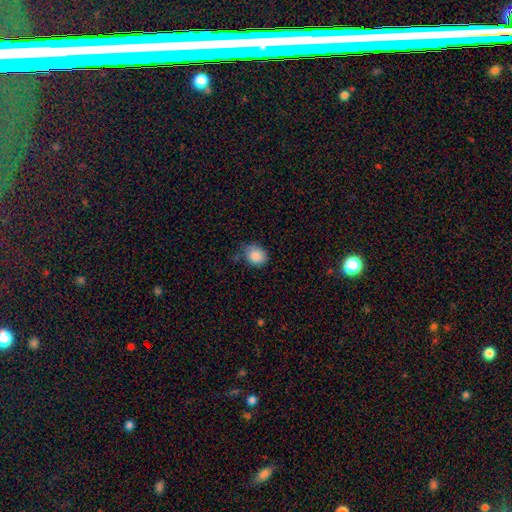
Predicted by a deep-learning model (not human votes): Morphology: type=smooth (87%); roundness=round (55%); merging=none (63%).